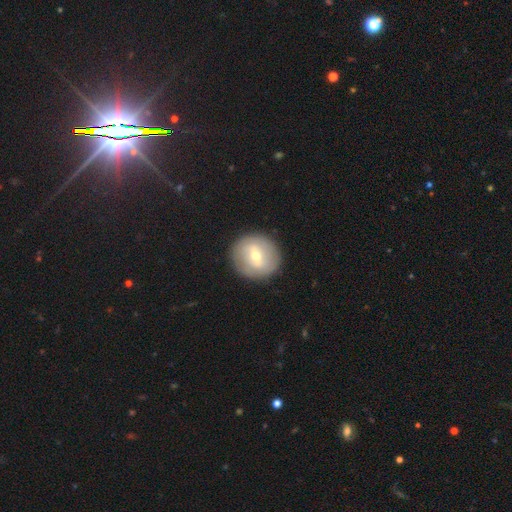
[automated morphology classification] Smooth or featured: featured or disk — 48% (smooth — 45%)
Merging: none — 88% (minor disturbance — 8%)